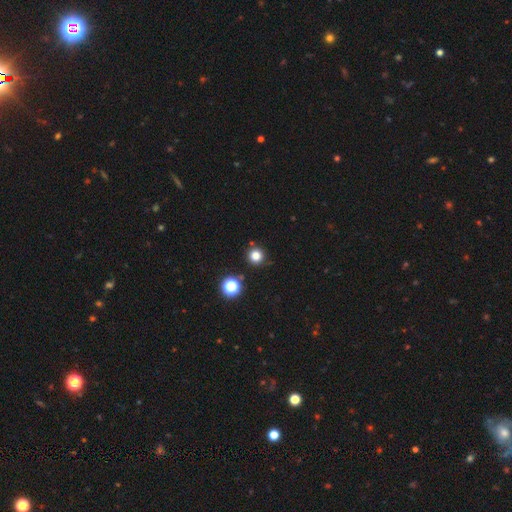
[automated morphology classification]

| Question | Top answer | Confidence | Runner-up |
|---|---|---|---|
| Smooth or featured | smooth | 80% | star or artifact (16%) |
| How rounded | round | 95% | in between (4%) |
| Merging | none | 87% | minor disturbance (7%) |